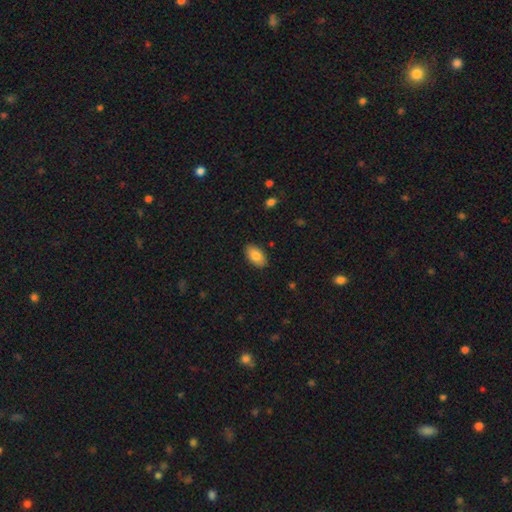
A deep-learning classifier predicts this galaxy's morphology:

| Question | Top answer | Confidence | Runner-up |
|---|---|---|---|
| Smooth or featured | smooth | 83% | featured or disk (10%) |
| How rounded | in between | 94% | round (4%) |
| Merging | none | 88% | minor disturbance (9%) |